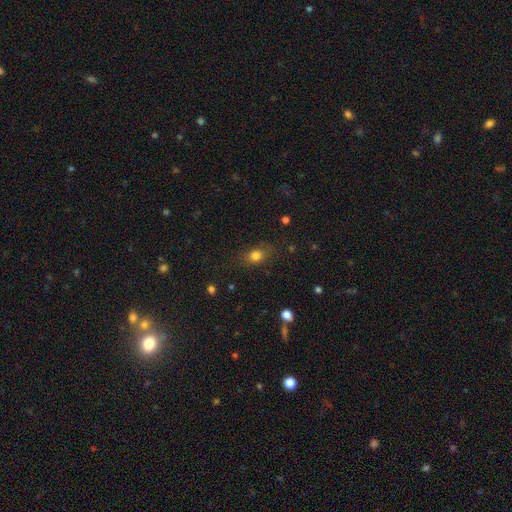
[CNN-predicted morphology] Smooth or featured? Predicted: smooth (p=0.78). How rounded? Predicted: in between (p=0.60). Merging? Predicted: none (p=0.79).